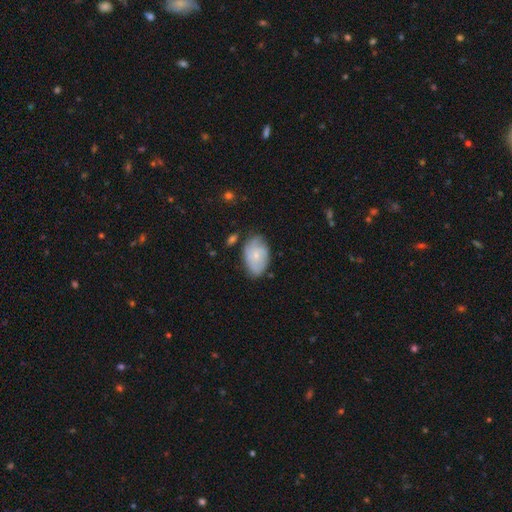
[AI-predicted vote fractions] The model was most divided on "smooth or featured": smooth: 48%, featured or disk: 45%, star or artifact: 7%. More confident: merging — none (59%).